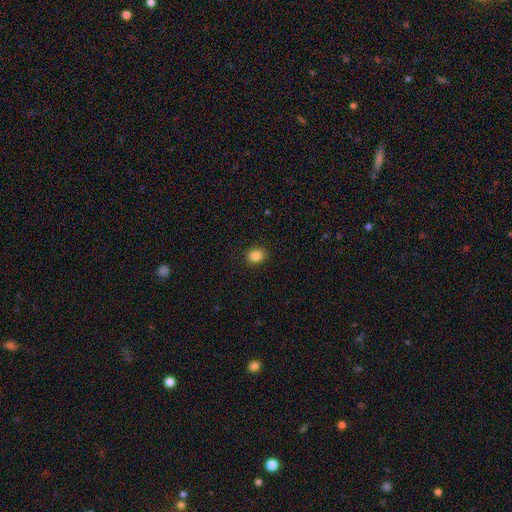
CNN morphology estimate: Overall: smooth (86%). How rounded: round (61%; in between 38%). Merging: none (90%).